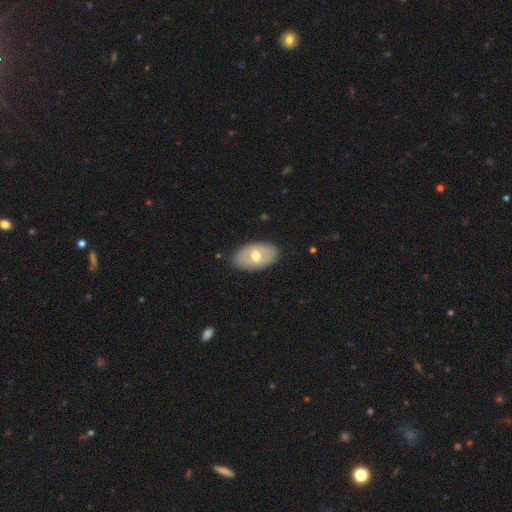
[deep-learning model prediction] Smooth or featured?
  - smooth: 56% *
  - featured or disk: 38%
  - star or artifact: 6%
How rounded?
  - in between: 92% *
  - round: 7%
  - cigar-shaped: 1%
Merging?
  - none: 84% *
  - minor disturbance: 12%
  - major disturbance: 3%
  - merger: 1%